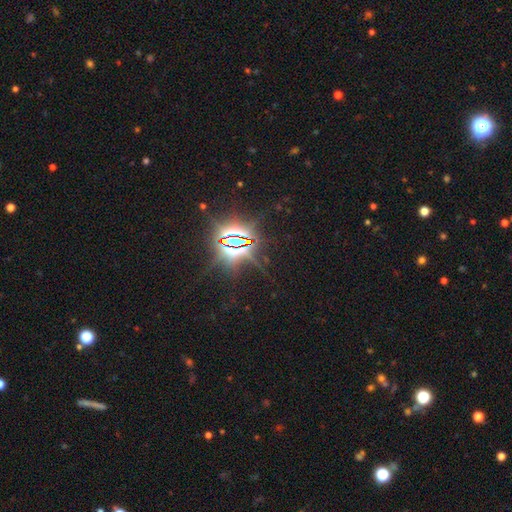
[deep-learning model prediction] Q: Smooth or featured?
A: star or artifact (86%); runner-up: smooth (8%)